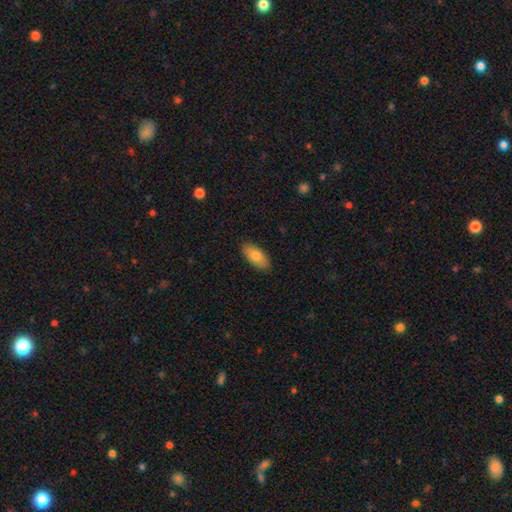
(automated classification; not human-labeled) This appears to be a smooth galaxy with no disk features (80%) that is in between round and cigar-shaped (88%). Merging: none (88%).